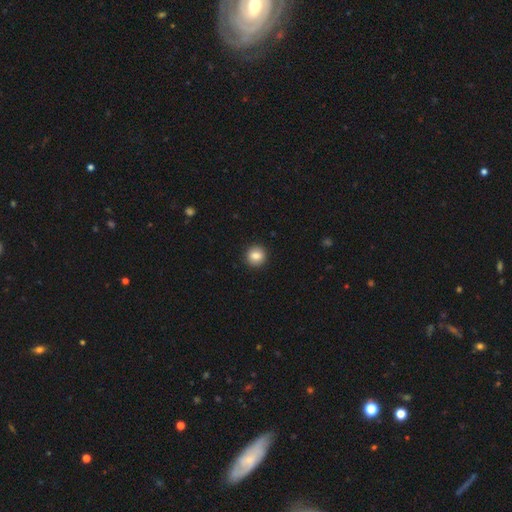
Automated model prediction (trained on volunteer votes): This appears to be a smooth galaxy with no disk features (84%) that is round (91%). Merging: none (92%).